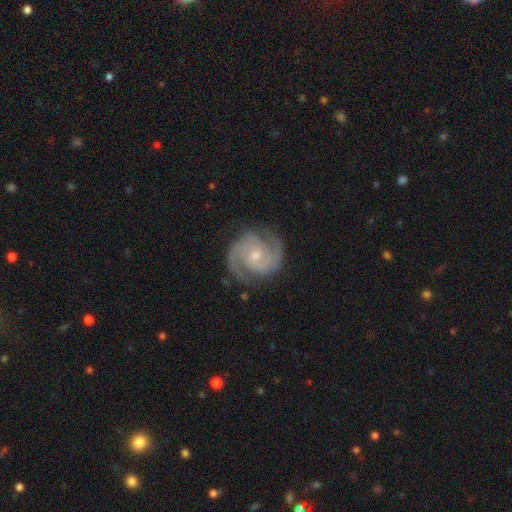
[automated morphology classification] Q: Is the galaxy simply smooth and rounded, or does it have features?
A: featured or disk — 91%.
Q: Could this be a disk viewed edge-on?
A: no — 98%.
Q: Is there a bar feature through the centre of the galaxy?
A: no — 57%.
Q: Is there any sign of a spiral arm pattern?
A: yes — 98%.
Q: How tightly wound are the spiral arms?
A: tight — 56%.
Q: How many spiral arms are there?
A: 2 — 87%.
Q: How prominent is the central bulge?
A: small — 52%.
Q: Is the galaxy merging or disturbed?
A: none — 83%.